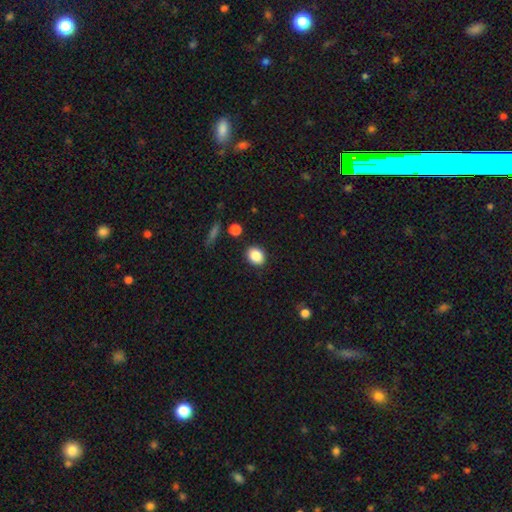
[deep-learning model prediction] This appears to be a smooth galaxy with no disk features (86%) that is in between round and cigar-shaped (54%). Merging: none (87%).